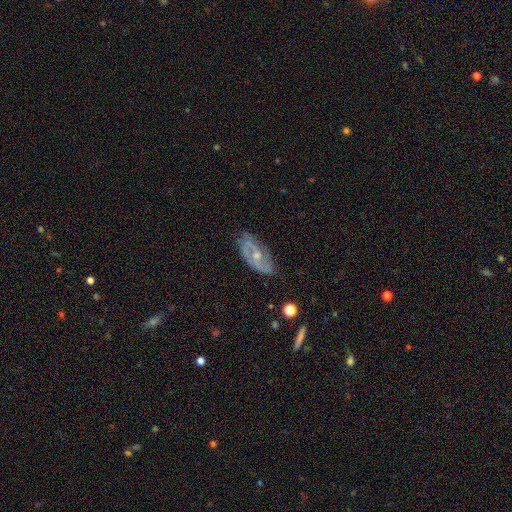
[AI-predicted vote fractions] Smooth or featured?
  - featured or disk: 71% *
  - smooth: 21%
  - star or artifact: 8%
Edge-on disk?
  - no: 88% *
  - yes: 12%
Bar?
  - no: 55% *
  - weak: 33%
  - strong: 12%
Spiral arms?
  - yes: 76% *
  - no: 24%
Bulge size?
  - small: 54% *
  - moderate: 42%
  - none: 2%
  - large: 1%
  - dominant: 1%
Merging?
  - none: 70% *
  - minor disturbance: 22%
  - major disturbance: 7%
  - merger: 2%